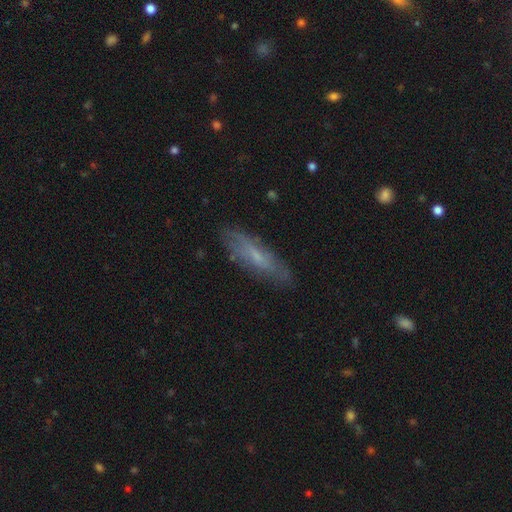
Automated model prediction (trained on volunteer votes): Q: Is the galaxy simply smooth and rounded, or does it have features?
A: smooth — 48%.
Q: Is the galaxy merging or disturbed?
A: none — 78%.